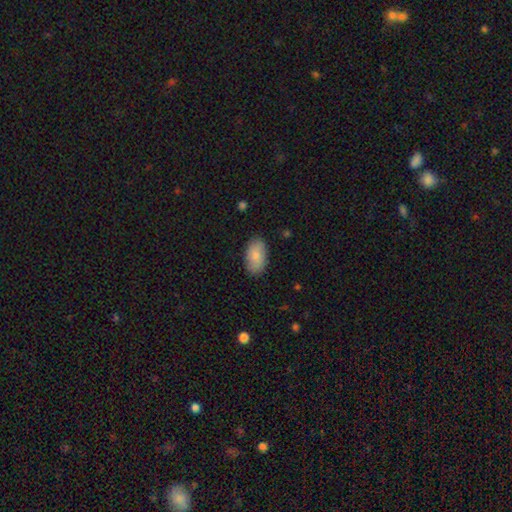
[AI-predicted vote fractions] Morphology: type=smooth (82%); roundness=in between (94%); merging=none (86%).